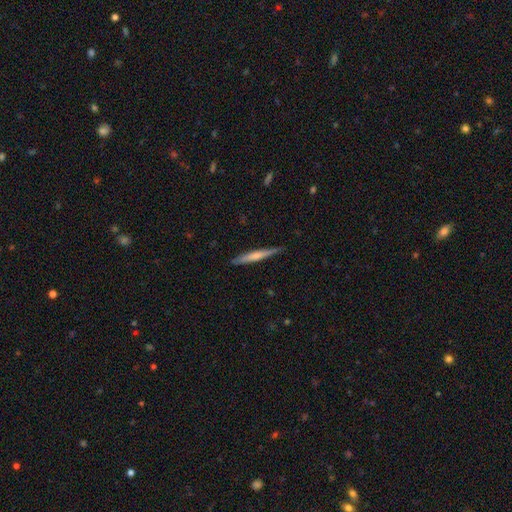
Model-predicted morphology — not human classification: smooth 55%, featured or disk 40%, star or artifact 5%. Down the decision tree: how rounded — cigar-shaped (95%); merging — none (85%).